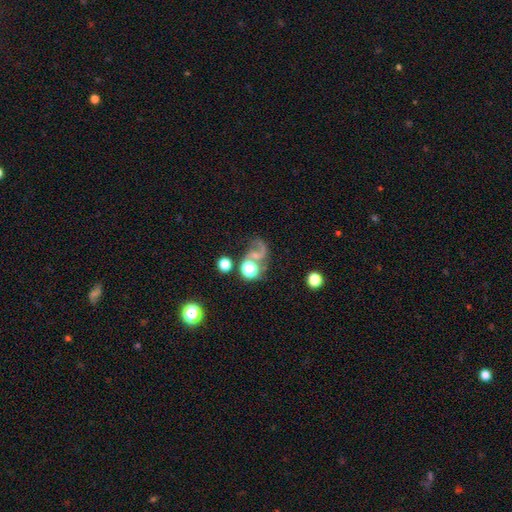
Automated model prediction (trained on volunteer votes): The model was most divided on "merging": none: 36%, major disturbance: 27%, merger: 23%, minor disturbance: 14%. Remaining: smooth or featured — featured or disk (47%).